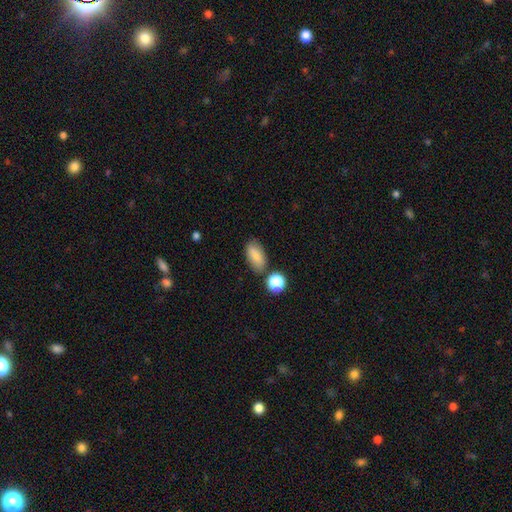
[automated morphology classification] type=smooth (80%); roundness=in between (88%); merging=none (75%).